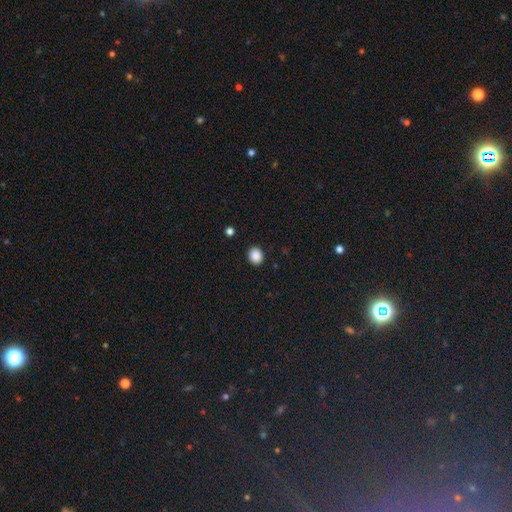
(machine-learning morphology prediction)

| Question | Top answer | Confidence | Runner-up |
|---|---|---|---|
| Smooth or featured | smooth | 88% | star or artifact (9%) |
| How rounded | round | 69% | in between (30%) |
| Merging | none | 91% | minor disturbance (6%) |